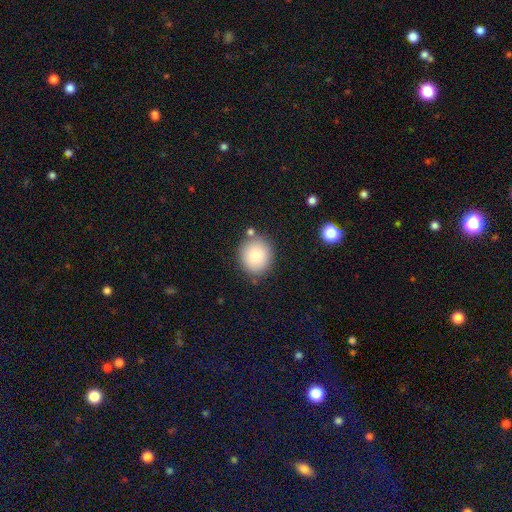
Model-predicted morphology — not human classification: Smooth or featured?
  - smooth: 82% *
  - star or artifact: 9%
  - featured or disk: 9%
How rounded?
  - round: 83% *
  - in between: 16%
  - cigar-shaped: 1%
Merging?
  - none: 79% *
  - minor disturbance: 12%
  - merger: 6%
  - major disturbance: 3%